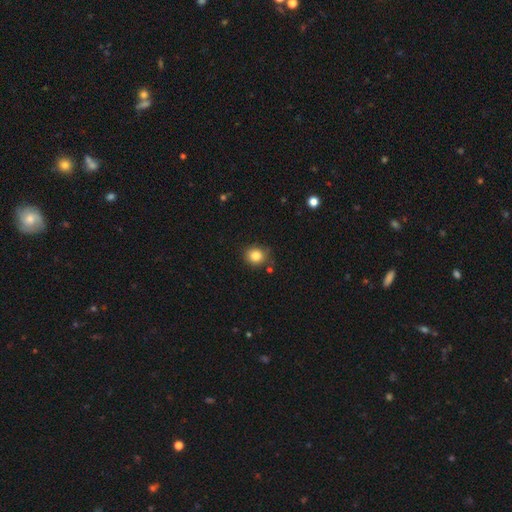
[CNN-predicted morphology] This appears to be a smooth galaxy with no disk features (84%) that is round (80%). Merging: none (80%).